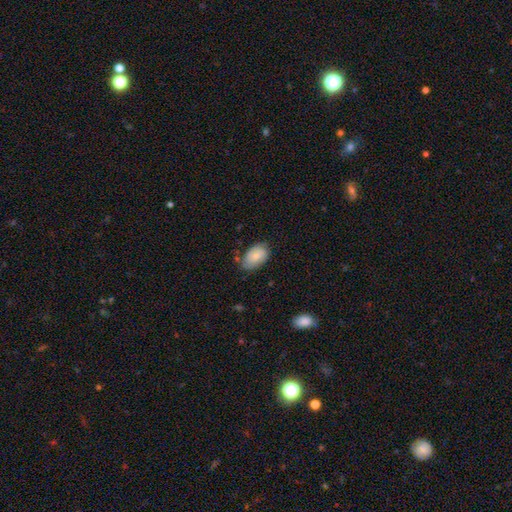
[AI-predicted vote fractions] smooth_or_featured: smooth (p=0.80) [alt: featured or disk p=0.13]
how_rounded: in between (p=0.92) [alt: round p=0.06]
merging: none (p=0.65) [alt: minor disturbance p=0.27]